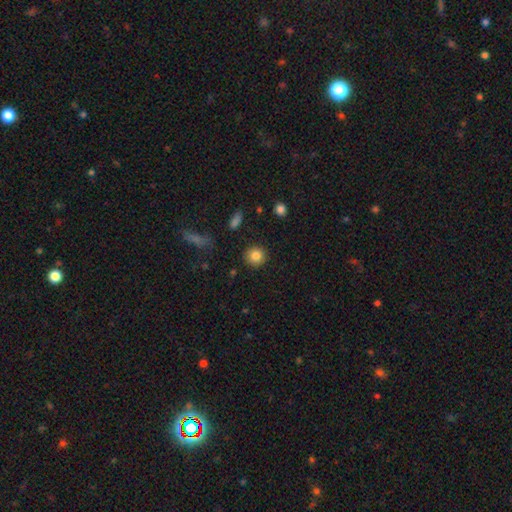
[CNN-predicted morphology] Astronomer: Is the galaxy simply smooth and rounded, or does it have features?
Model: smooth — 84%.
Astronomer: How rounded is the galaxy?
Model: round — 91%.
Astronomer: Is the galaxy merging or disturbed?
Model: none — 90%.